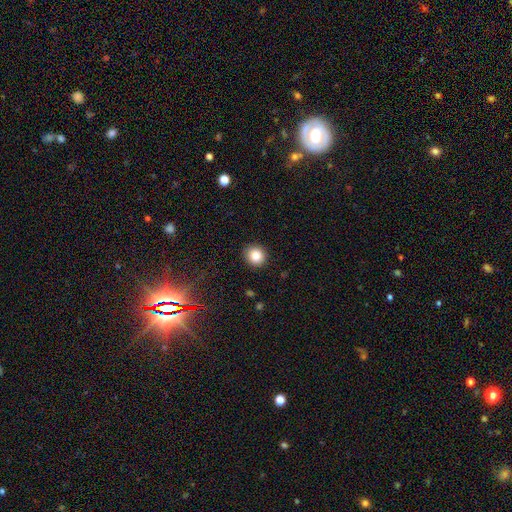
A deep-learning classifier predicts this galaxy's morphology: This is clearly a smooth galaxy (84%). How rounded: clearly round (86%). Merging: clearly none (92%).